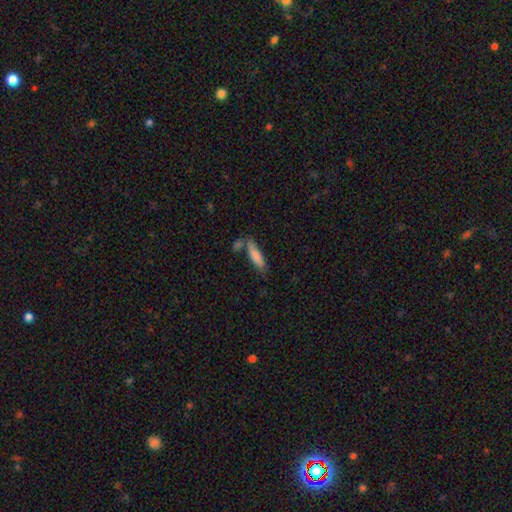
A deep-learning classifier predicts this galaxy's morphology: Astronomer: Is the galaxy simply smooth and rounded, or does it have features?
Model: smooth — 81%.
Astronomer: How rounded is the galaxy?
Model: cigar-shaped — 67%.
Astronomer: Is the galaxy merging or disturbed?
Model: none — 62%.